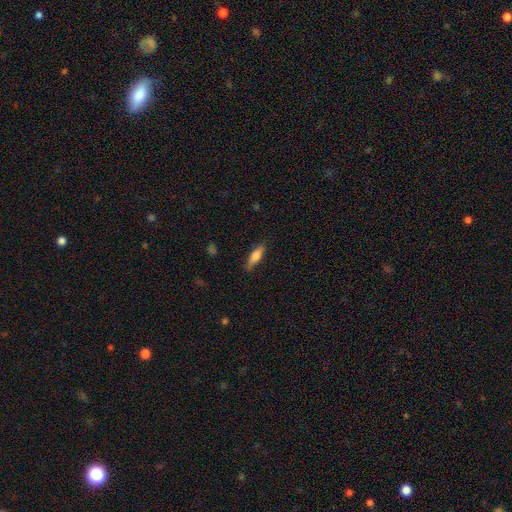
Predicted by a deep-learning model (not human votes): Smooth or featured? smooth (71%)
How rounded? cigar-shaped (50%)
Merging? none (81%)